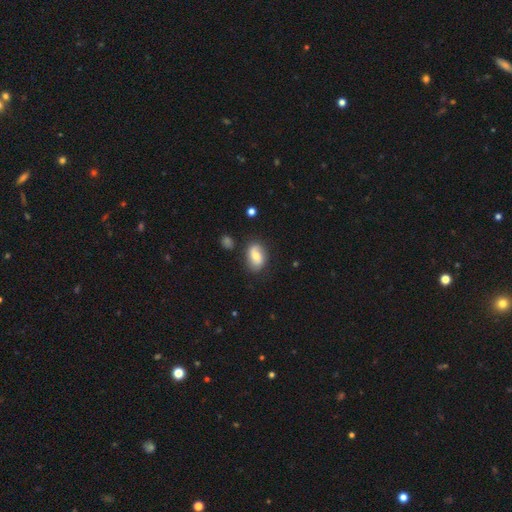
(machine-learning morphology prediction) Overall: smooth (55%; featured or disk 37%). How rounded: in between (81%). Merging: none (75%).